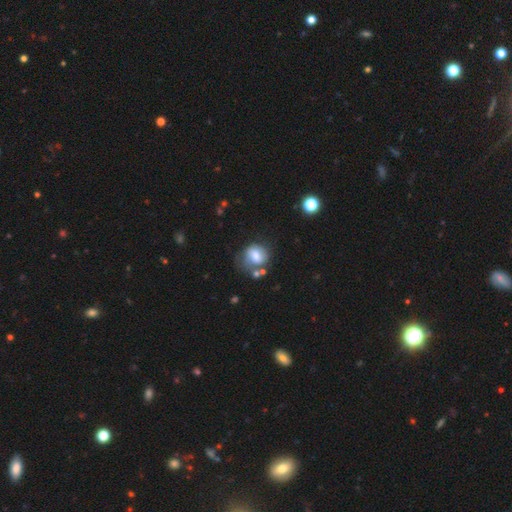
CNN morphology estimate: Smooth or featured: smooth — 63% (featured or disk — 28%)
How rounded: round — 62% (in between — 37%)
Merging: none — 44% (minor disturbance — 25%)